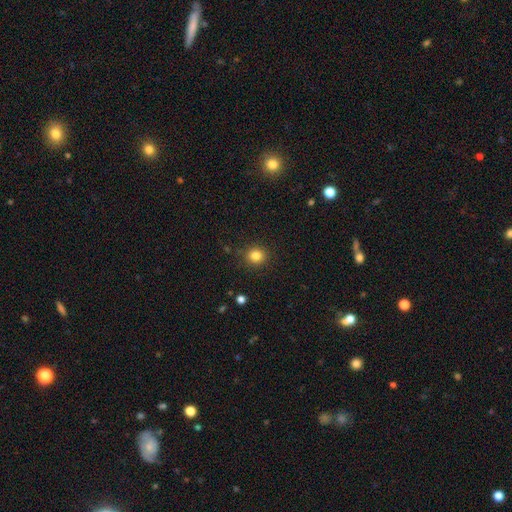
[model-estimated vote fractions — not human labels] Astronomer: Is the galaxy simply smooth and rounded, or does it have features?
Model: smooth — 83%.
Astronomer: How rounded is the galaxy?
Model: round — 88%.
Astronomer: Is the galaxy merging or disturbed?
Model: none — 89%.